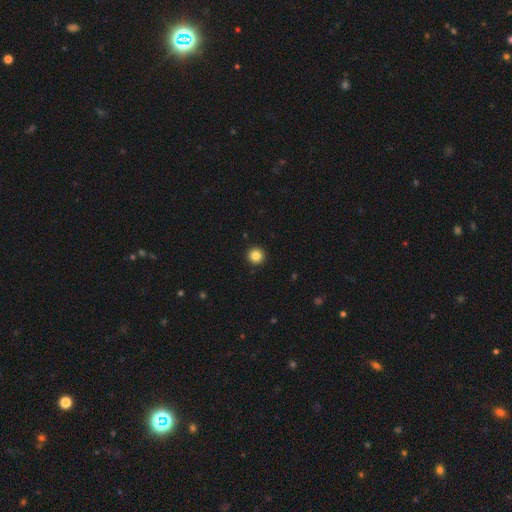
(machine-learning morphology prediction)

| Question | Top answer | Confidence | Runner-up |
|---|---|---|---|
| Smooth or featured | smooth | 86% | star or artifact (11%) |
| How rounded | round | 96% | in between (3%) |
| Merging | none | 94% | minor disturbance (4%) |